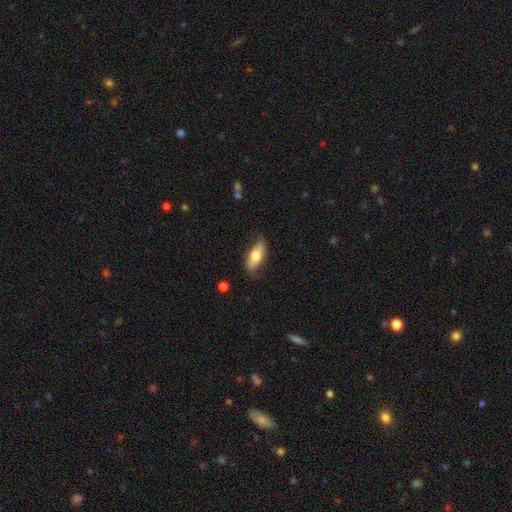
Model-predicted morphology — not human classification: smooth_or_featured: smooth (p=0.67) [alt: featured or disk p=0.27]
how_rounded: in between (p=0.77) [alt: cigar-shaped p=0.21]
merging: none (p=0.73) [alt: minor disturbance p=0.21]